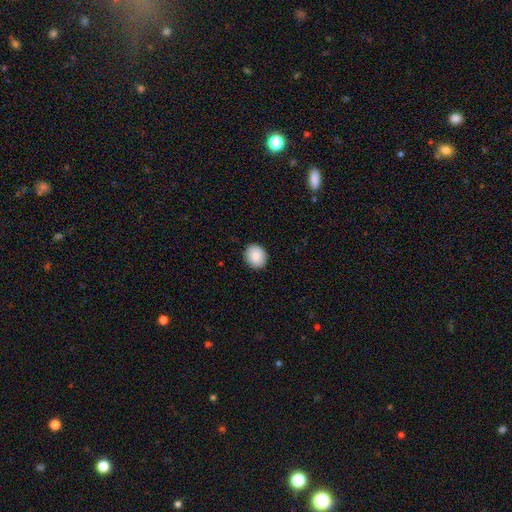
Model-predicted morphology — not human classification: Smooth or featured? smooth (88%)
How rounded? round (71%)
Merging? none (91%)